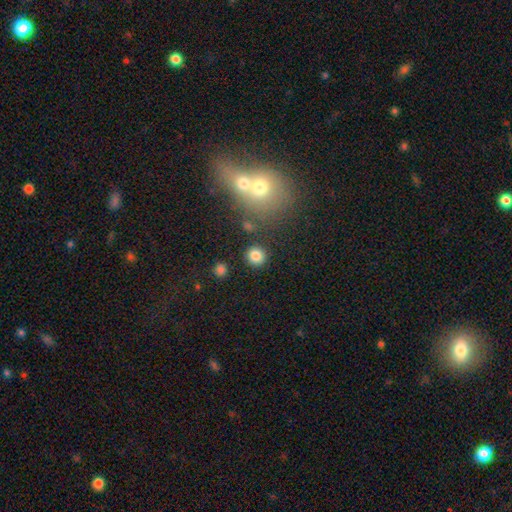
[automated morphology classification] smooth 84%, star or artifact 11%, featured or disk 5%. Down the decision tree: how rounded — round (92%); merging — none (87%).